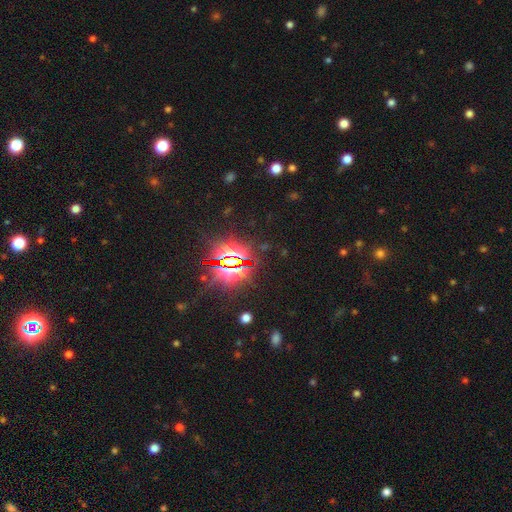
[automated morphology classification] Q: Smooth or featured?
A: star or artifact (87%); runner-up: smooth (7%)